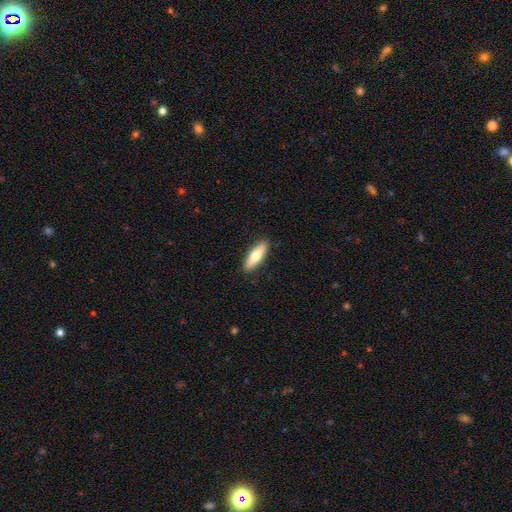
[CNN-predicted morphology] Smooth or featured?
  - smooth: 67% *
  - featured or disk: 28%
  - star or artifact: 5%
How rounded?
  - cigar-shaped: 58% *
  - in between: 40%
  - round: 2%
Merging?
  - none: 90% *
  - minor disturbance: 8%
  - major disturbance: 2%
  - merger: 1%